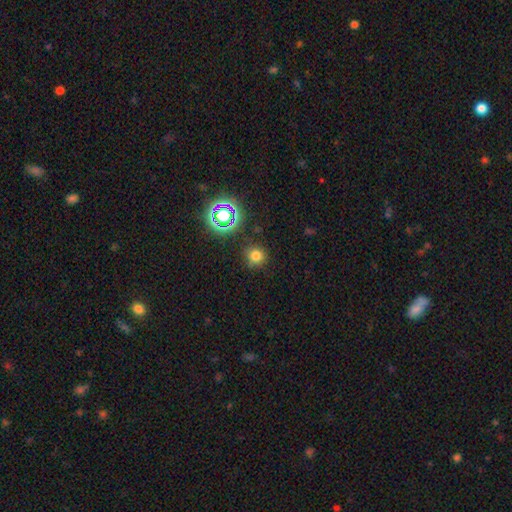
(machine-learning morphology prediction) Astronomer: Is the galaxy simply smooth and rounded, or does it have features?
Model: smooth — 72%.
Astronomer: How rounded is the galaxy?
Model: round — 90%.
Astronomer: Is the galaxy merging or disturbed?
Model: none — 83%.